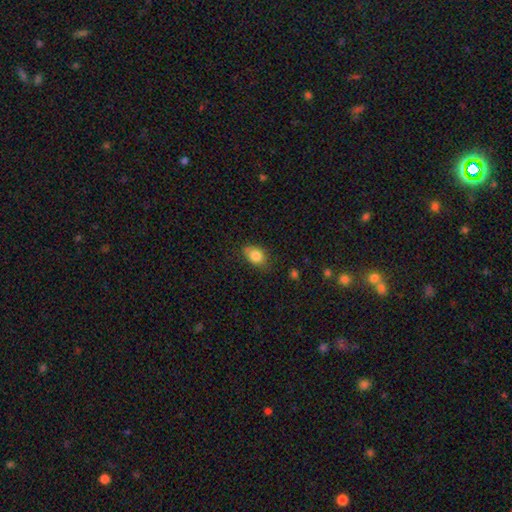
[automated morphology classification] Smooth or featured?
  - smooth: 82% *
  - featured or disk: 9%
  - star or artifact: 9%
How rounded?
  - in between: 78% *
  - round: 20%
  - cigar-shaped: 2%
Merging?
  - none: 68% *
  - minor disturbance: 25%
  - major disturbance: 5%
  - merger: 2%